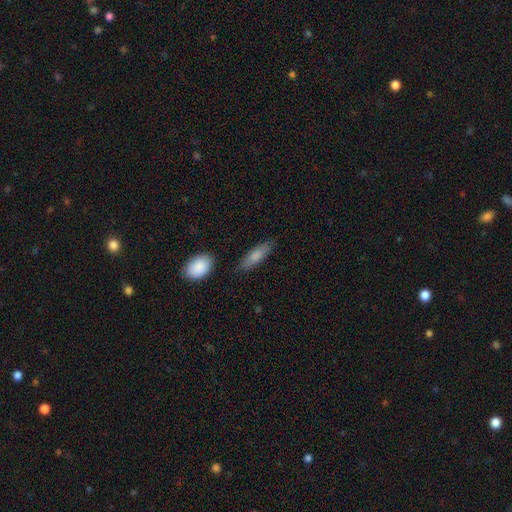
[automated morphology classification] Smooth or featured? Predicted: smooth (p=0.77). How rounded? Predicted: in between (p=0.50). Merging? Predicted: none (p=0.80).